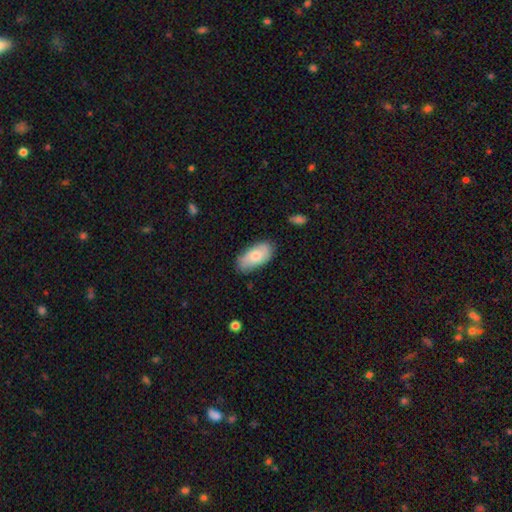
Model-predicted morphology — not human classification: A smooth galaxy with no disk features (71%) that is in between round and cigar-shaped (93%). Merging: none (75%).